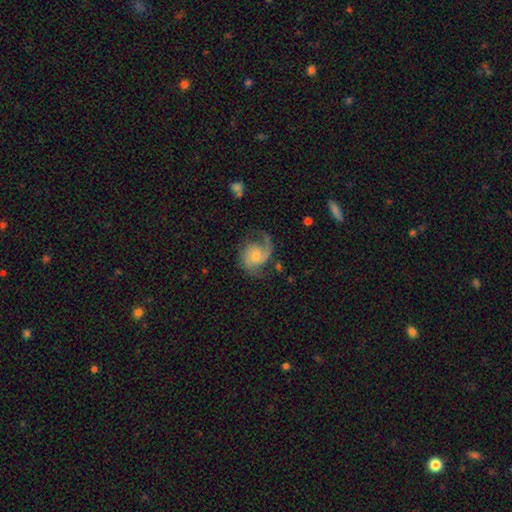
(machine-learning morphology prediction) type=featured or disk (85%); edge-on=no (98%); bar=no (67%); spiral arms=yes (97%); winding=medium (49%); arm count=2 (74%); bulge=small (52%); merging=none (64%).